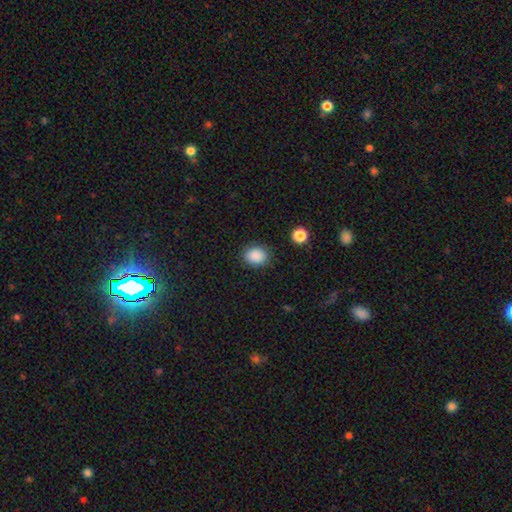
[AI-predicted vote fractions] smooth-or-featured: smooth: 88% | star or artifact: 9% | featured or disk: 3%
  how-rounded: round: 59% | in between: 40% | cigar-shaped: 1%
  merging: none: 87% | minor disturbance: 9% | major disturbance: 3% | merger: 2%